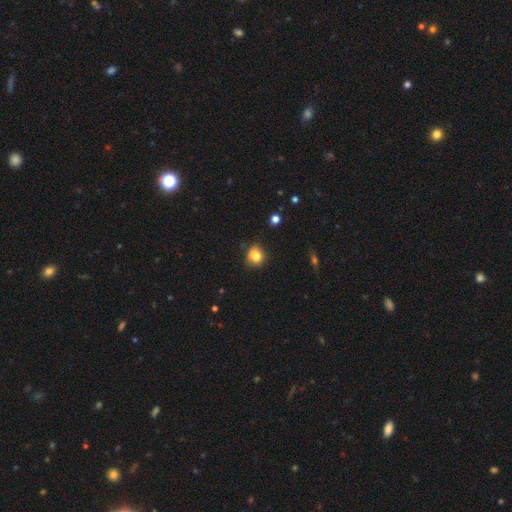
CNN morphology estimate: Smooth or featured: smooth — 80% (star or artifact — 11%)
How rounded: round — 75% (in between — 24%)
Merging: none — 67% (minor disturbance — 25%)